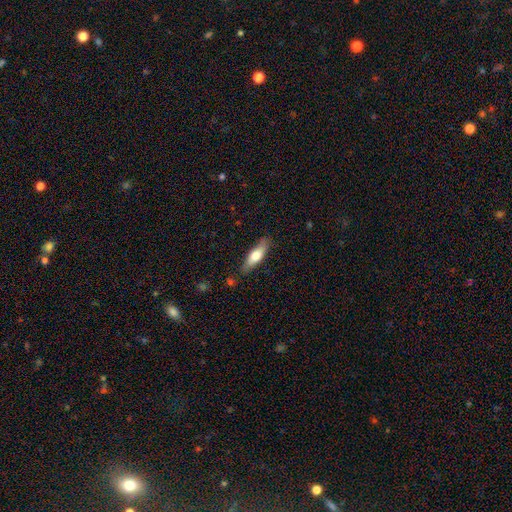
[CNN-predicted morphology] smooth 63%, featured or disk 32%, star or artifact 6%. Down the decision tree: how rounded — cigar-shaped (51%); merging — none (80%).